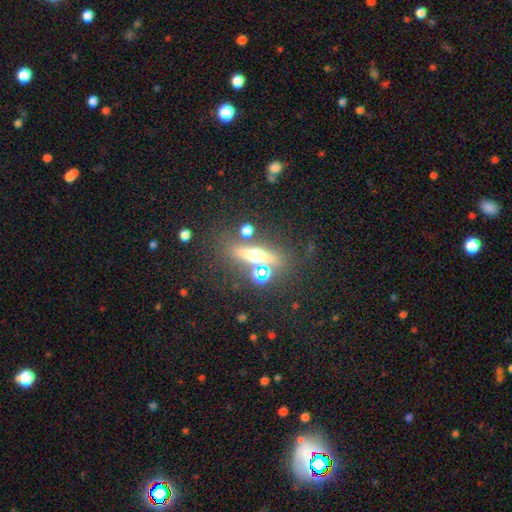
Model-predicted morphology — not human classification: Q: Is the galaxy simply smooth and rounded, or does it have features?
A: featured or disk — 49%.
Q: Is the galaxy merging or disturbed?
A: none — 75%.